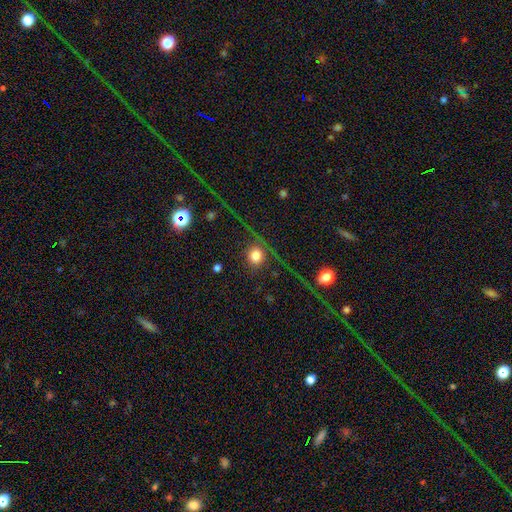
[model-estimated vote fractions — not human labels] Morphology: type=smooth (71%); roundness=round (89%); merging=none (69%).